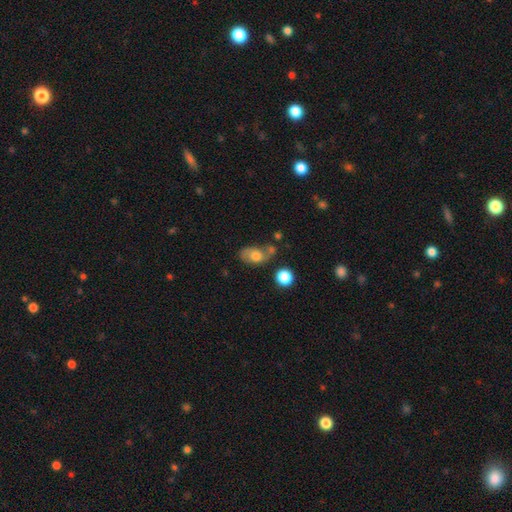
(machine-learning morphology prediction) smooth-or-featured: smooth: 62% | featured or disk: 28% | star or artifact: 10%
  how-rounded: in between: 78% | round: 20% | cigar-shaped: 2%
  merging: none: 44% | minor disturbance: 24% | merger: 20% | major disturbance: 12%